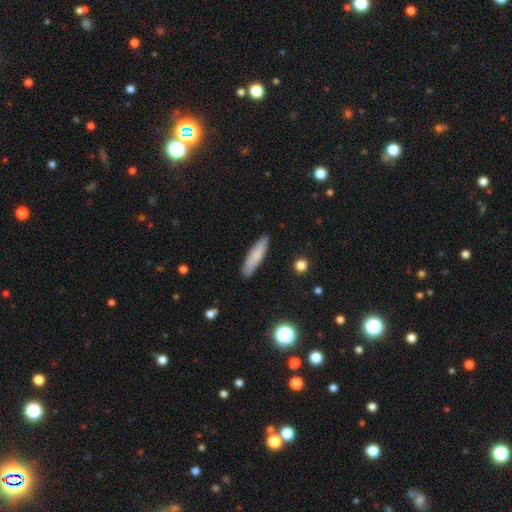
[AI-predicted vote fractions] Q: Smooth or featured?
A: smooth (77%); runner-up: featured or disk (16%)
Q: How rounded?
A: cigar-shaped (80%); runner-up: in between (19%)
Q: Merging?
A: none (89%); runner-up: minor disturbance (8%)